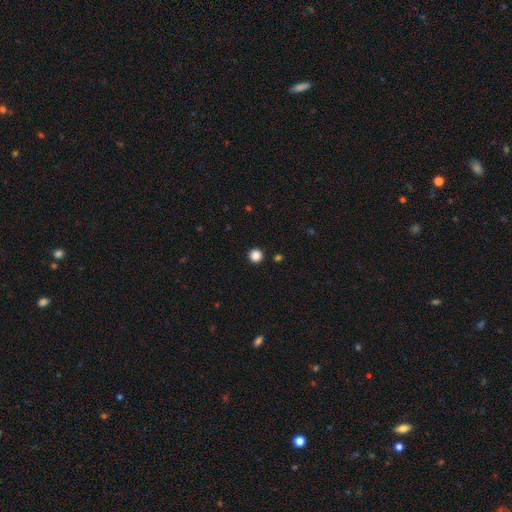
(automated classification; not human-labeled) Smooth or featured? Predicted: smooth (p=0.86). How rounded? Predicted: round (p=0.96). Merging? Predicted: none (p=0.93).